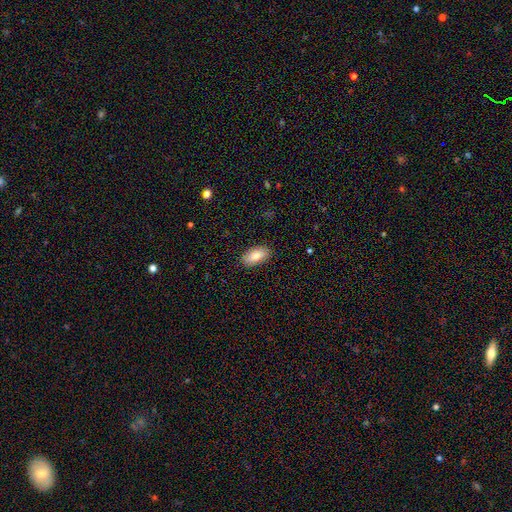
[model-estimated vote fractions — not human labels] Overall: smooth (82%). How rounded: in between (92%). Merging: none (88%).